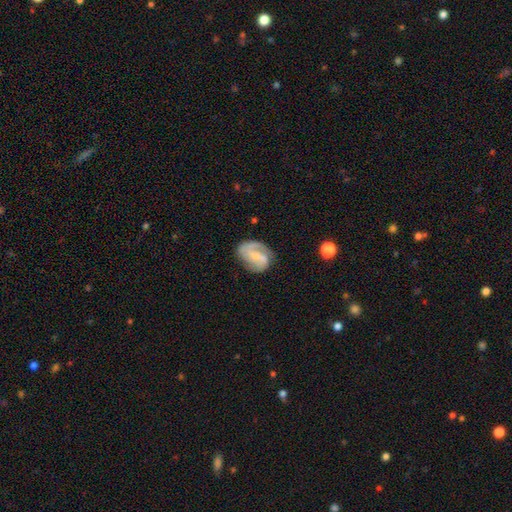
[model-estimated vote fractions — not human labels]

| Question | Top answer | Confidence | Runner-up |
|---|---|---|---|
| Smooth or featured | featured or disk | 75% | smooth (18%) |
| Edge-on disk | no | 97% | yes (3%) |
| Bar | weak | 47% | no (34%) |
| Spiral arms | yes | 93% | no (7%) |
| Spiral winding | medium | 47% | tight (31%) |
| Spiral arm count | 2 | 74% | 1 (11%) |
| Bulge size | small | 48% | none (24%) |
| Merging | none | 67% | minor disturbance (21%) |